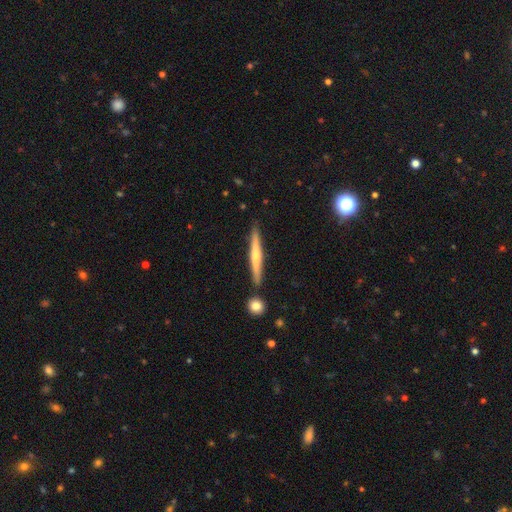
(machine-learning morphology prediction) type=featured or disk (51%); edge-on=yes (96%); merging=none (85%).